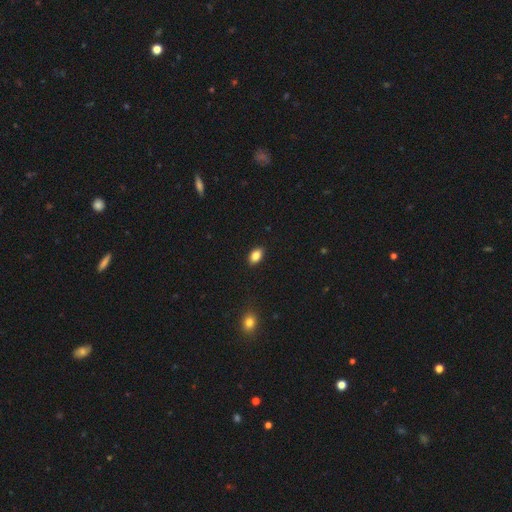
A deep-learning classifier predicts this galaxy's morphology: Q: Smooth or featured?
A: smooth (85%); runner-up: star or artifact (9%)
Q: How rounded?
A: in between (88%); runner-up: round (10%)
Q: Merging?
A: none (89%); runner-up: minor disturbance (8%)